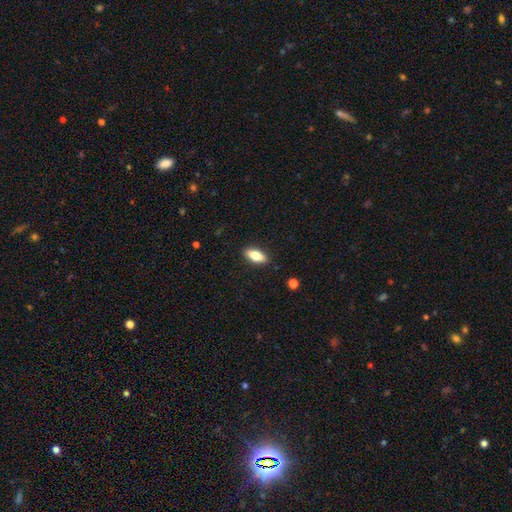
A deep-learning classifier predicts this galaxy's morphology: A smooth galaxy with no disk features (75%) that is in between round and cigar-shaped (79%). Merging: none (89%).